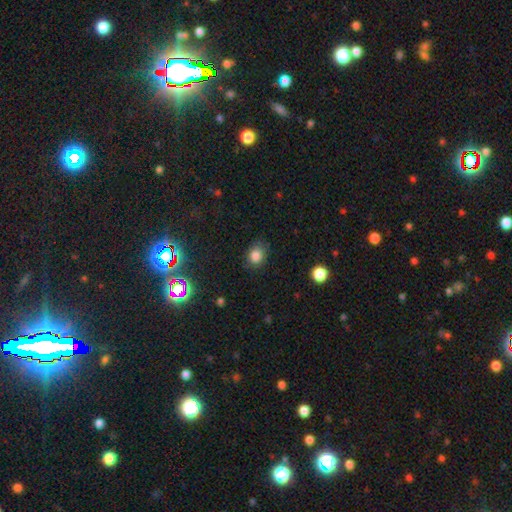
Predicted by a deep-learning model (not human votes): Smooth or featured? smooth (82%)
How rounded? round (57%)
Merging? none (76%)